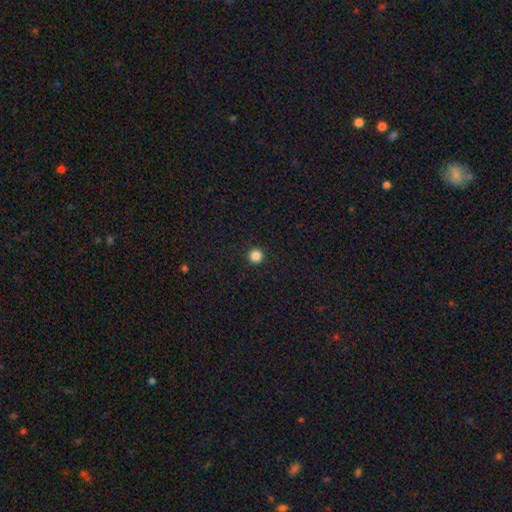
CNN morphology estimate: type=smooth (86%); roundness=round (96%); merging=none (94%).